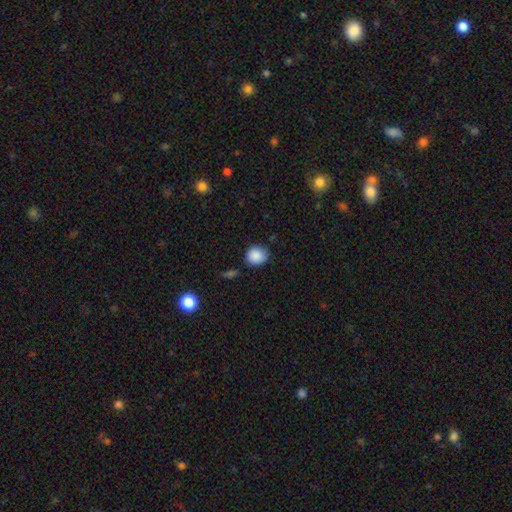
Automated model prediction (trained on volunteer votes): This is clearly a smooth galaxy (88%). How rounded: likely round (74%). Merging: likely none (79%).